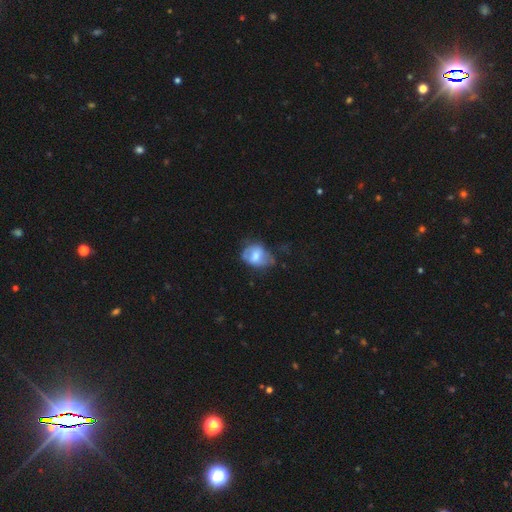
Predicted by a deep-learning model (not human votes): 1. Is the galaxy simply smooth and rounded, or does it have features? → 58% smooth, 34% featured or disk, 8% star or artifact.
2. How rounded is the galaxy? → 63% in between, 36% round, 1% cigar-shaped.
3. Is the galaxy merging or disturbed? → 40% none, 35% minor disturbance, 21% major disturbance, 4% merger.